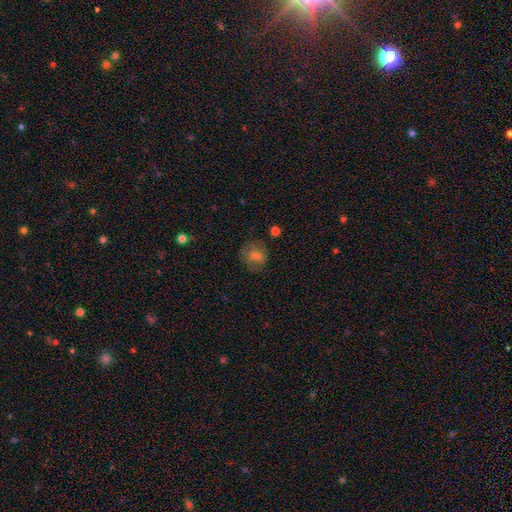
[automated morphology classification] Smooth or featured: smooth — 67% (featured or disk — 18%)
How rounded: round — 65% (in between — 34%)
Merging: none — 71% (minor disturbance — 19%)